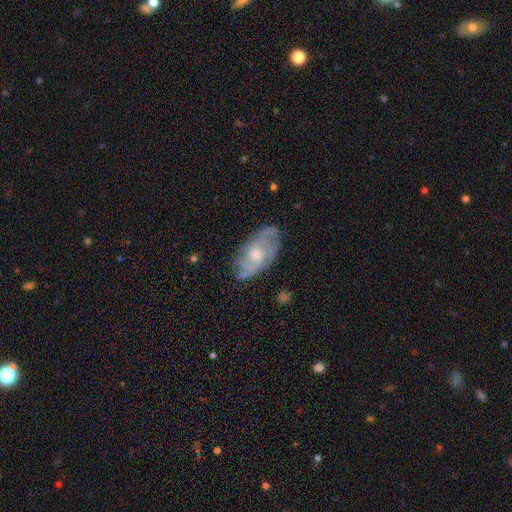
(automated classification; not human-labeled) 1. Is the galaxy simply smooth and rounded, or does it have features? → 74% featured or disk, 19% smooth, 7% star or artifact.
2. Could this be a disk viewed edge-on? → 94% no, 6% yes.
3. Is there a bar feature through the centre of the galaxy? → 72% no, 25% weak, 3% strong.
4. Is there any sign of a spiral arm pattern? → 87% yes, 13% no.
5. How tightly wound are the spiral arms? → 43% medium, 40% tight, 18% loose.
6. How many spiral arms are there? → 34% can't tell, 30% 2, 20% 3, 8% 4, 4% 1, 4% more than 4.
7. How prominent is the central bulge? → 53% moderate, 37% small, 5% none, 5% large, 1% dominant.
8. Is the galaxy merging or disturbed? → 73% none, 19% minor disturbance, 6% major disturbance, 1% merger.